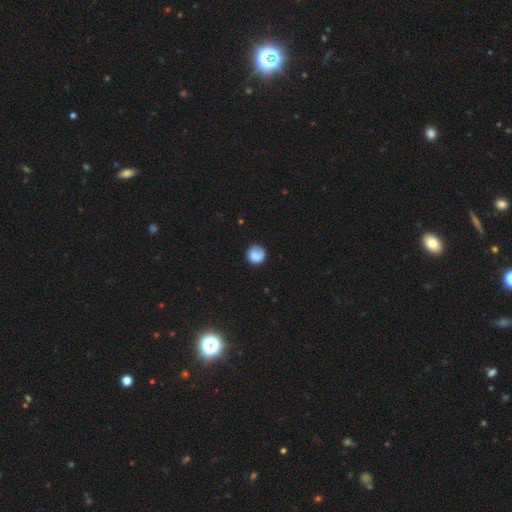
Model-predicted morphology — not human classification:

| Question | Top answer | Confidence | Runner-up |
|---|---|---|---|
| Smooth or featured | smooth | 81% | featured or disk (11%) |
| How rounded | round | 89% | in between (10%) |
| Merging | none | 74% | minor disturbance (18%) |